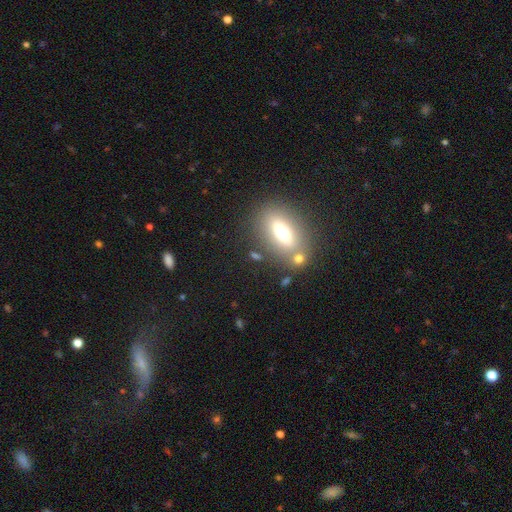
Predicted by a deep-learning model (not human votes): This is likely a smooth galaxy (61%). How rounded: likely in between (69%). Merging: likely none (73%).